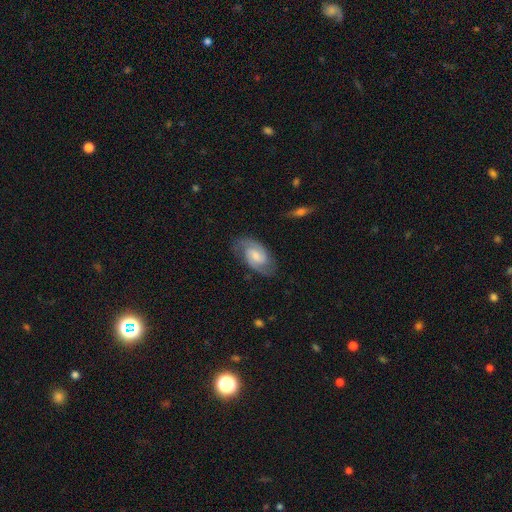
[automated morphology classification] Smooth or featured? Predicted: featured or disk (p=0.76). Edge-on disk? Predicted: no (p=0.97). Bar? Predicted: weak (p=0.51). Spiral arms? Predicted: yes (p=0.95). Spiral winding? Predicted: medium (p=0.51). Spiral arm count? Predicted: 2 (p=0.88). Bulge size? Predicted: small (p=0.38). Merging? Predicted: none (p=0.78).